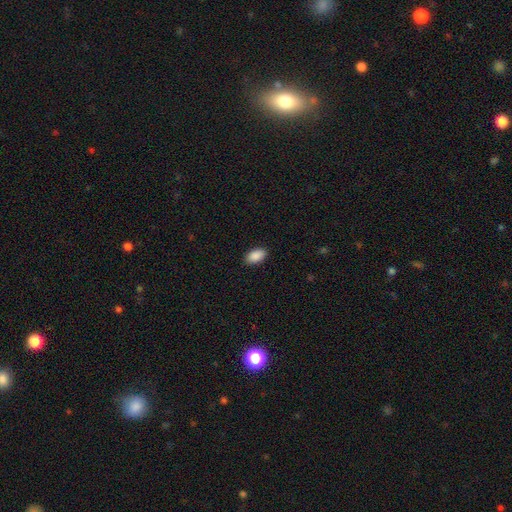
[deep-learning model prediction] Smooth or featured: smooth — 90% (star or artifact — 7%)
How rounded: in between — 94% (round — 4%)
Merging: none — 89% (minor disturbance — 8%)